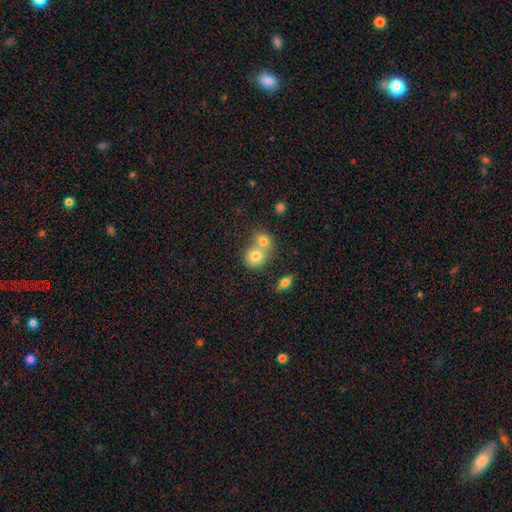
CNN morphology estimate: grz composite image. It shows a smooth galaxy with no disk features (76%) that is round (69%). Merging: merger (60%).